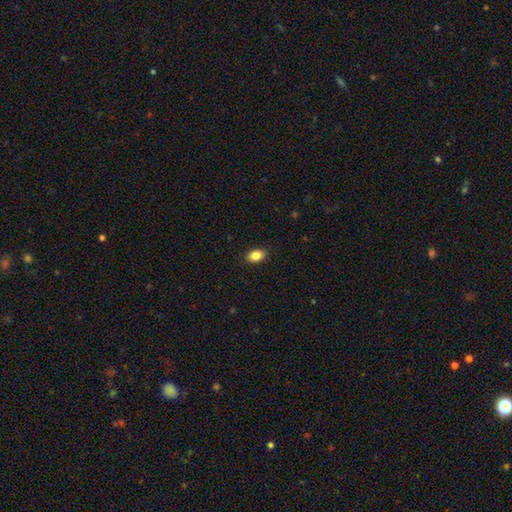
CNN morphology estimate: smooth-or-featured: smooth: 86% | star or artifact: 8% | featured or disk: 6%
  how-rounded: in between: 87% | round: 11% | cigar-shaped: 2%
  merging: none: 89% | minor disturbance: 9% | major disturbance: 2% | merger: 1%